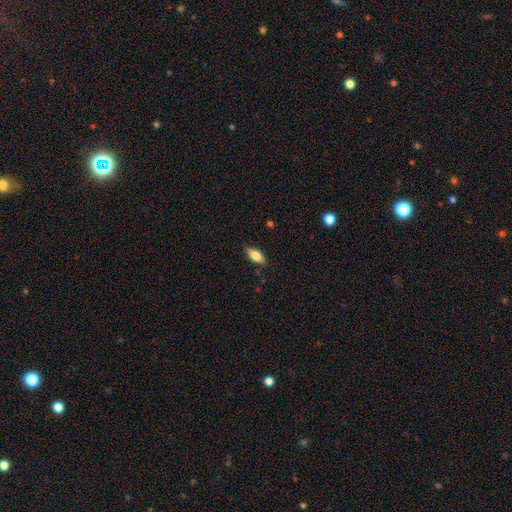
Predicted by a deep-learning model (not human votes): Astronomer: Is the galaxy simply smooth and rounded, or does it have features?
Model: smooth — 72%.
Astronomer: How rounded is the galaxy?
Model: in between — 76%.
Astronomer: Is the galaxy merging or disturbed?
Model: none — 83%.